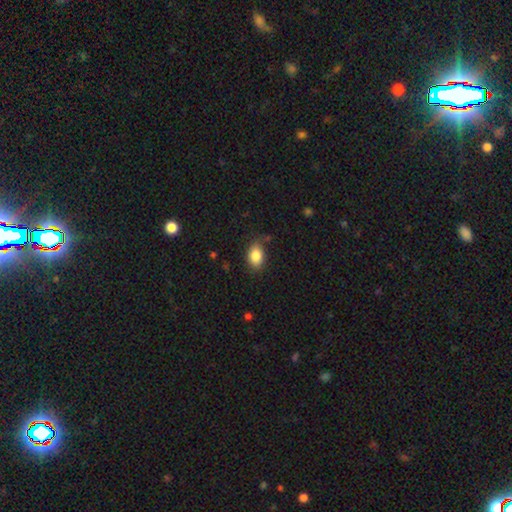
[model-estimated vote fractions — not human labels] This appears to be a smooth galaxy with no disk features (86%) that is in between round and cigar-shaped (86%). Merging: none (79%).